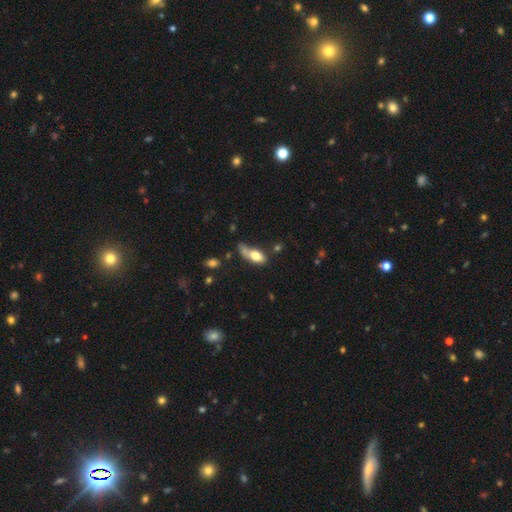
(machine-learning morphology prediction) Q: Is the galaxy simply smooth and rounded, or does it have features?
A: smooth — 73%.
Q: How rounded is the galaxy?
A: in between — 83%.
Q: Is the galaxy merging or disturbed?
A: none — 29%, tied with minor disturbance.